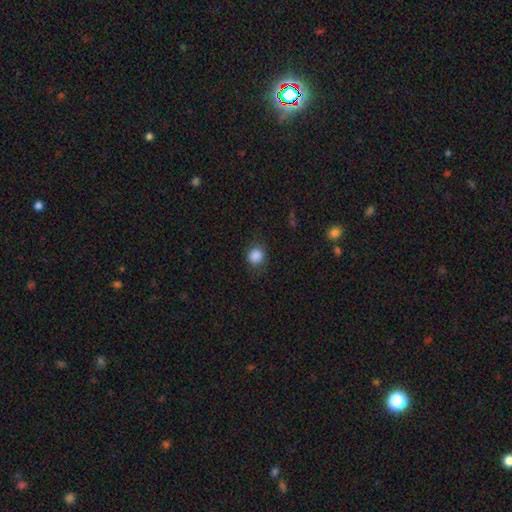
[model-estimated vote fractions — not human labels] A smooth galaxy with no disk features (87%) that is round (80%).

Vote fractions:
- Smooth or featured? smooth: 87% / star or artifact: 10% / featured or disk: 3%
- How rounded? round: 80% / in between: 19% / cigar-shaped: 1%
- Merging? none: 79% / minor disturbance: 15% / major disturbance: 5% / merger: 1%